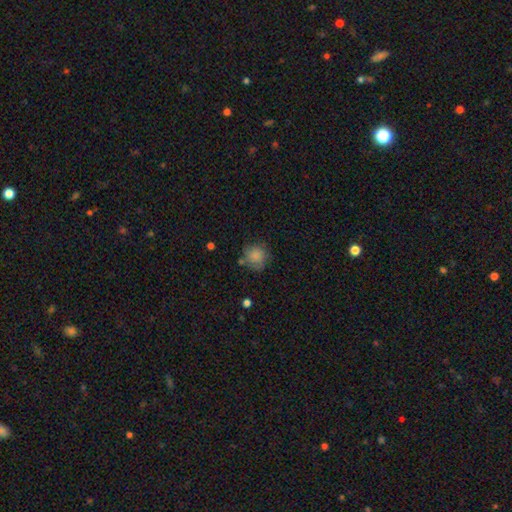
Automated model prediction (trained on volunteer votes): smooth 80%, featured or disk 12%, star or artifact 8%. Down the decision tree: how rounded — round (87%); merging — none (63%).